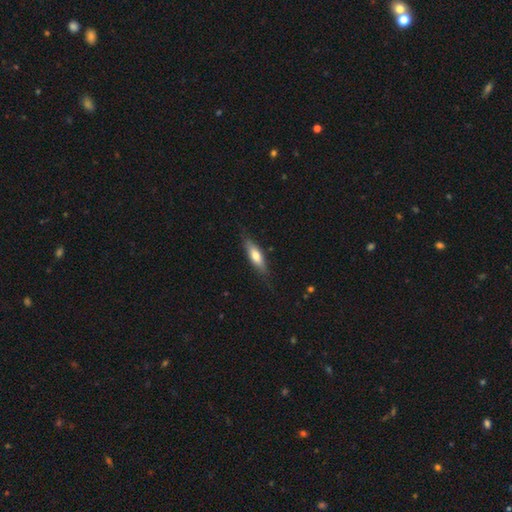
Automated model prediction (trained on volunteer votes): smooth-or-featured: smooth: 65% | featured or disk: 29% | star or artifact: 6%
  how-rounded: cigar-shaped: 50% | in between: 48% | round: 2%
  merging: none: 76% | minor disturbance: 18% | major disturbance: 4% | merger: 1%